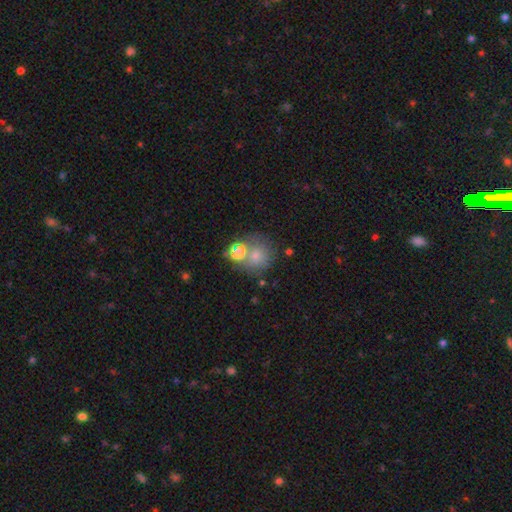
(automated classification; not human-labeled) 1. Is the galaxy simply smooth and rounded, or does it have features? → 70% smooth, 17% star or artifact, 13% featured or disk.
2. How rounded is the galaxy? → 83% round, 16% in between, 1% cigar-shaped.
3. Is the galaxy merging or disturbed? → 52% none, 27% merger, 13% minor disturbance, 8% major disturbance.